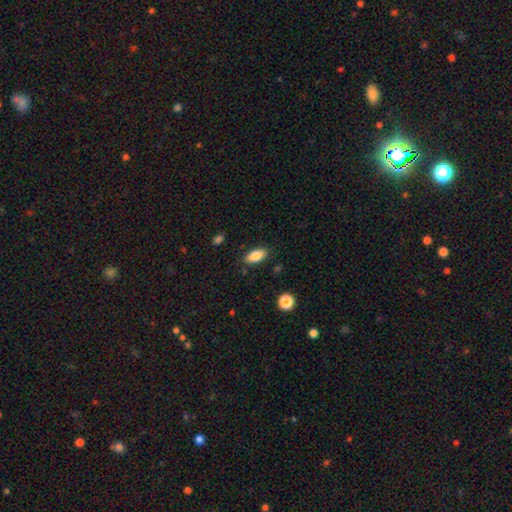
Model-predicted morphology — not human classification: smooth_or_featured: smooth (p=0.86) [alt: star or artifact p=0.08]
how_rounded: in between (p=0.89) [alt: cigar-shaped p=0.07]
merging: none (p=0.86) [alt: minor disturbance p=0.10]